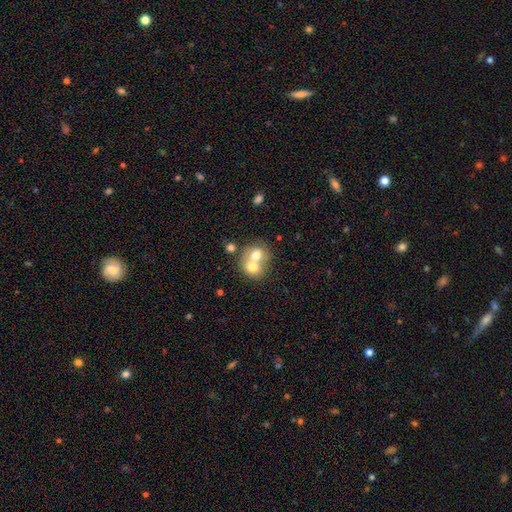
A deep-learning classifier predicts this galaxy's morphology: A smooth galaxy with no disk features (67%) that is round (66%).

Vote fractions:
- Smooth or featured? smooth: 67% / featured or disk: 24% / star or artifact: 9%
- How rounded? round: 66% / in between: 33% / cigar-shaped: 1%
- Merging? merger: 70% / none: 22% / minor disturbance: 5% / major disturbance: 2%